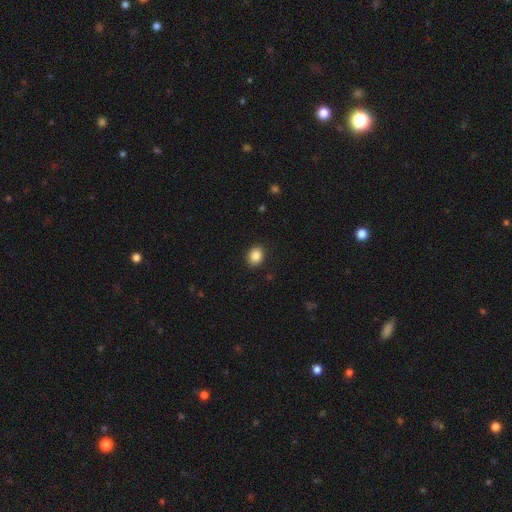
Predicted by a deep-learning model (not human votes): A smooth galaxy with no disk features (86%) that is round (55%).

Vote fractions:
- Smooth or featured? smooth: 86% / star or artifact: 10% / featured or disk: 4%
- How rounded? round: 55% / in between: 44% / cigar-shaped: 1%
- Merging? none: 90% / minor disturbance: 7% / major disturbance: 2% / merger: 1%